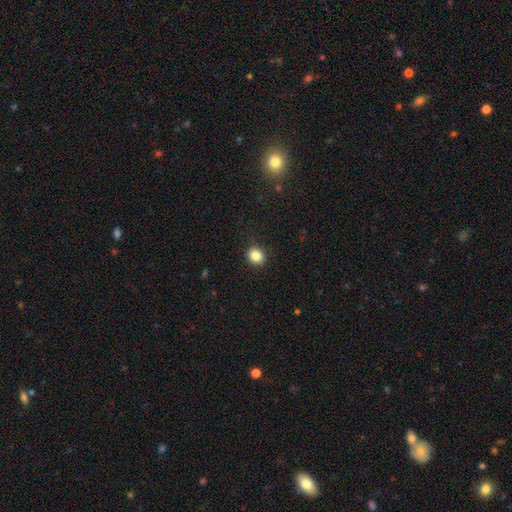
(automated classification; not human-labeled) Smooth or featured?
  - smooth: 85% *
  - star or artifact: 11%
  - featured or disk: 5%
How rounded?
  - round: 74% *
  - in between: 25%
  - cigar-shaped: 1%
Merging?
  - none: 87% *
  - minor disturbance: 9%
  - major disturbance: 3%
  - merger: 1%